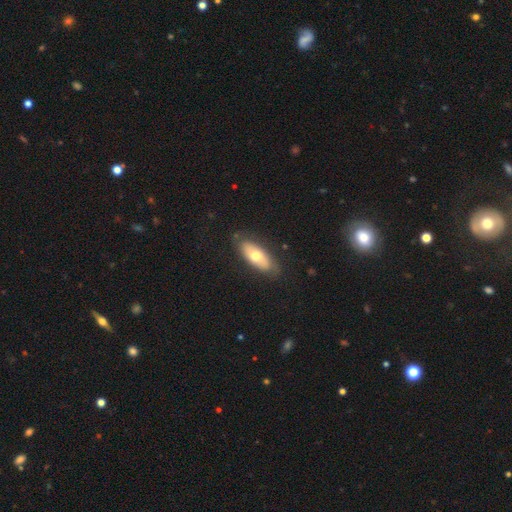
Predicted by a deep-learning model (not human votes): Overall: smooth (59%; featured or disk 35%). How rounded: in between (81%). Merging: none (81%).